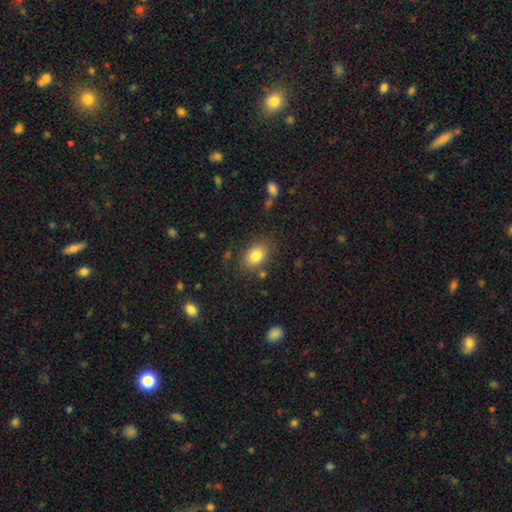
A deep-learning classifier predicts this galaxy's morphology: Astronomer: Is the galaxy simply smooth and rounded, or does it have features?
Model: smooth — 82%.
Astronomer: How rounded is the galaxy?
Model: in between — 73%.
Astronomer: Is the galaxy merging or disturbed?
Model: none — 79%.